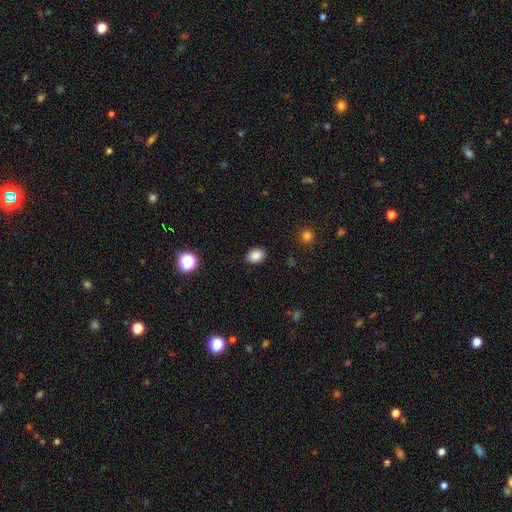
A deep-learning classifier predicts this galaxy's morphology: This appears to be a smooth galaxy with no disk features (86%) that is in between round and cigar-shaped (74%). Merging: none (87%).